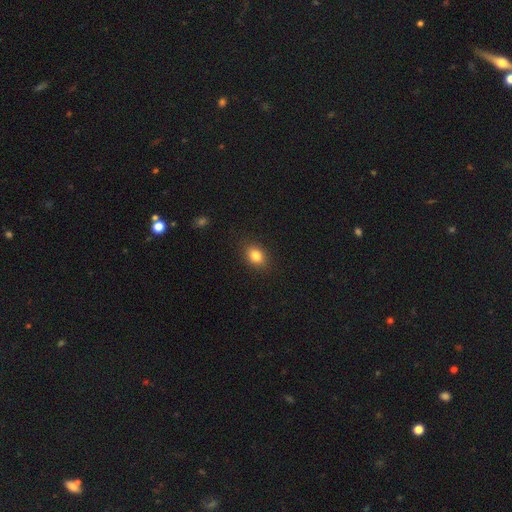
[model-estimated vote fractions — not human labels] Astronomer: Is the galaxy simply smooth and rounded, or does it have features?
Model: smooth — 83%.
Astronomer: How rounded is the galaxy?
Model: in between — 65%.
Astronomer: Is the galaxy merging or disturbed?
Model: none — 87%.